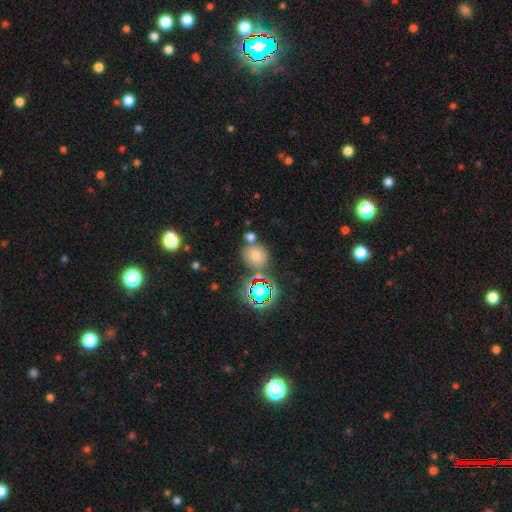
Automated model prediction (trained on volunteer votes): The model was most divided on "smooth or featured": smooth: 56%, star or artifact: 33%, featured or disk: 11%. More confident: how rounded — round (81%); merging — none (70%).